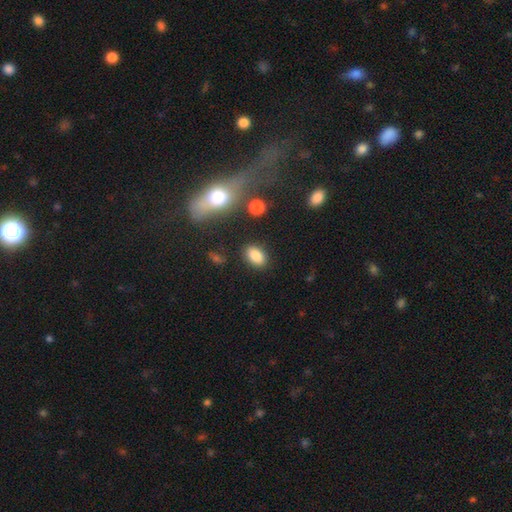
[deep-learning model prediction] smooth 85%, star or artifact 9%, featured or disk 6%. Down the decision tree: how rounded — in between (87%); merging — none (85%).